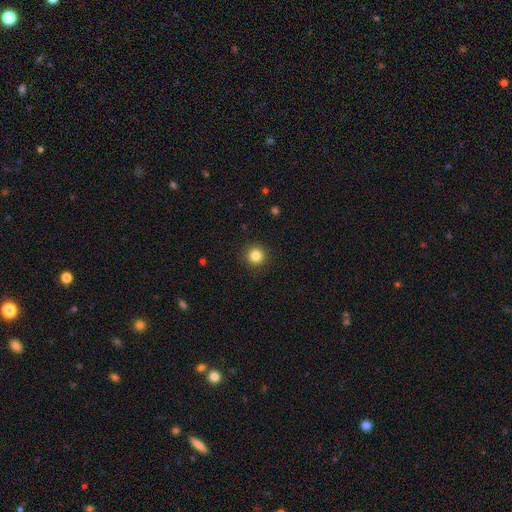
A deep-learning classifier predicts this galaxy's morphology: A smooth galaxy with no disk features (84%) that is round (95%). Merging: none (92%).